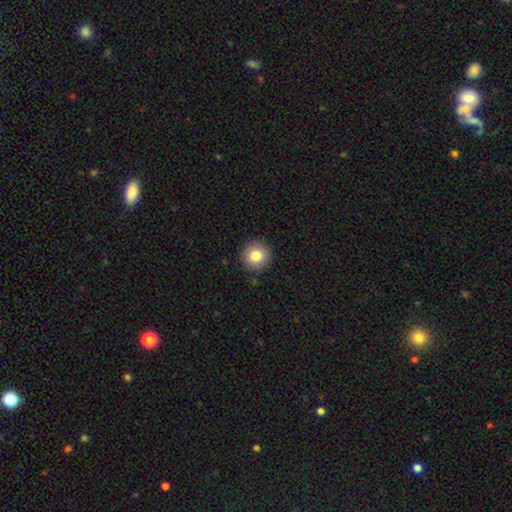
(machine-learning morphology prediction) smooth-or-featured: smooth: 83% | star or artifact: 9% | featured or disk: 8%
  how-rounded: round: 94% | in between: 5% | cigar-shaped: 1%
  merging: none: 89% | minor disturbance: 7% | major disturbance: 2% | merger: 1%